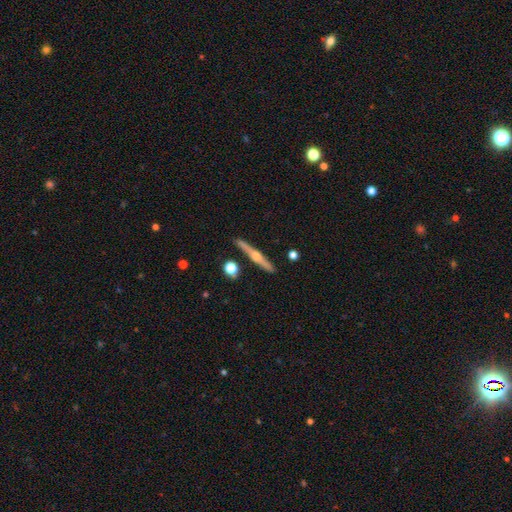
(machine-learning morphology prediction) A featured or disk galaxy (73%) viewed edge-on (98%) with a rounded central bulge (89%). Merging: none (90%).